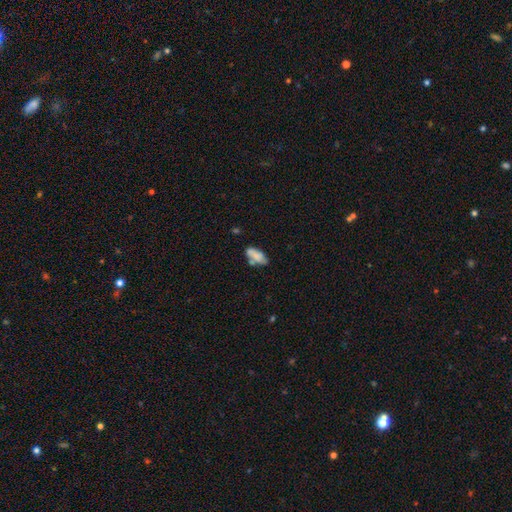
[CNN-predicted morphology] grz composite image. It shows a smooth galaxy with no disk features (70%) that is in between round and cigar-shaped (83%). Merging: none (48%).